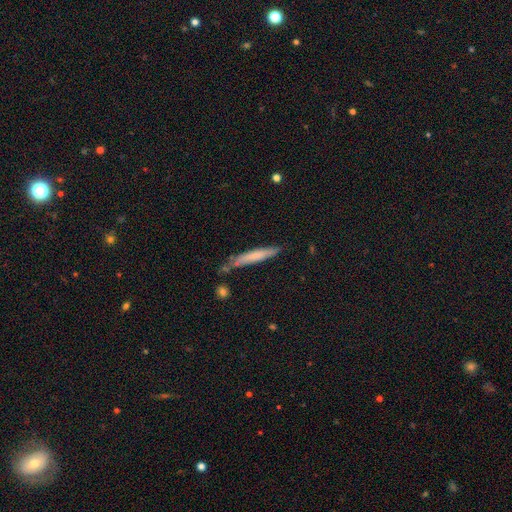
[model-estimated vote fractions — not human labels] The model was most divided on "smooth or featured": smooth: 68%, featured or disk: 26%, star or artifact: 6%. More confident: how rounded — cigar-shaped (93%); merging — none (68%).